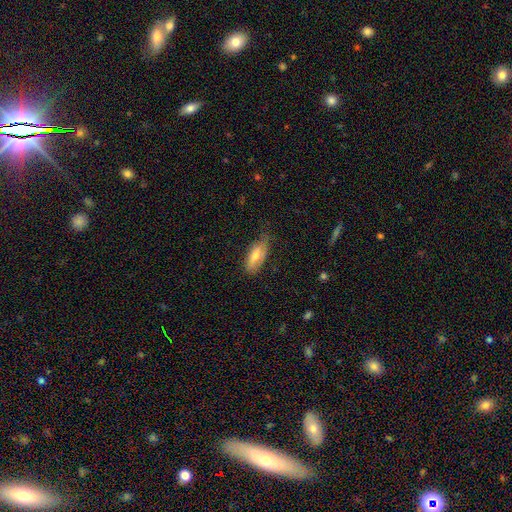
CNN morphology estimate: This is likely a smooth galaxy (63%). How rounded: likely in between (76%). Merging: likely none (63%).